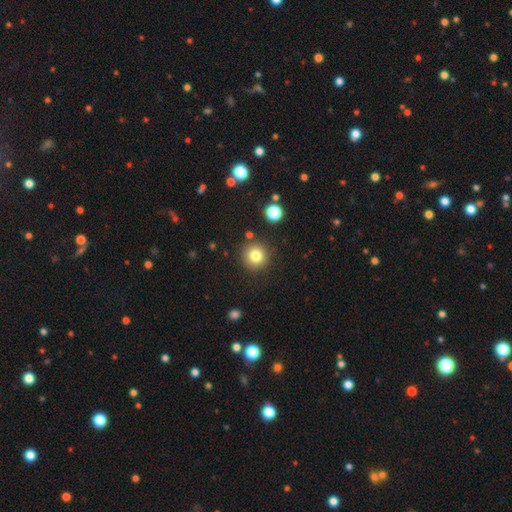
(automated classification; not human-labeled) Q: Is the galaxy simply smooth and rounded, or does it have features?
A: smooth — 80%.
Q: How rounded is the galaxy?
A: round — 94%.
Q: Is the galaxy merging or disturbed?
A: none — 87%.